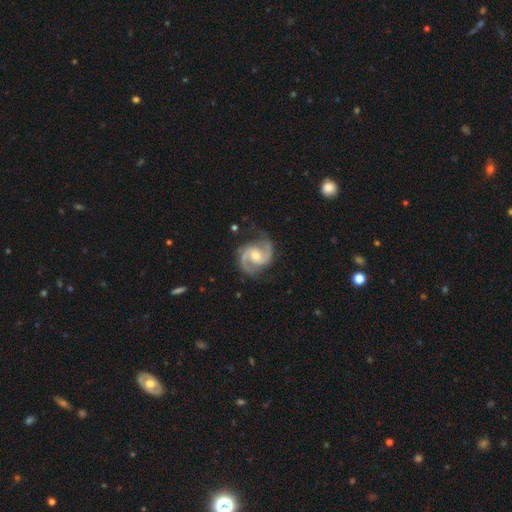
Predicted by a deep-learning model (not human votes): This is clearly a featured or disk galaxy (93%). It is clearly not viewed edge-on (98%). Bar: possibly no (57%). Spiral arm pattern: clearly yes (99%). Spiral arm count: clearly 2 (93%). Spiral winding: likely medium (61%). Central bulge: likely moderate (60%). Merging: likely none (78%).